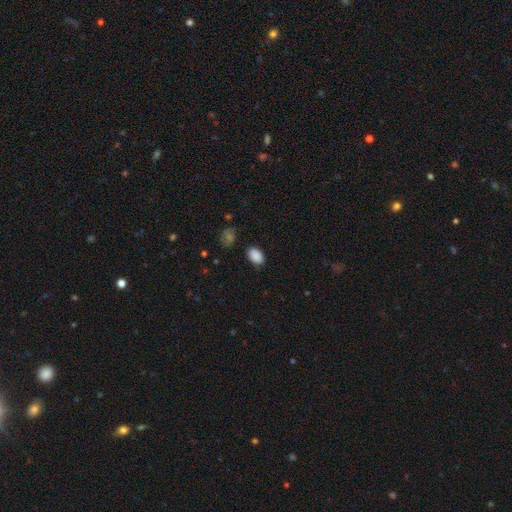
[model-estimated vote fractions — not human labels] Smooth or featured?
  - smooth: 88% *
  - star or artifact: 9%
  - featured or disk: 3%
How rounded?
  - in between: 90% *
  - round: 9%
  - cigar-shaped: 1%
Merging?
  - none: 85% *
  - minor disturbance: 11%
  - major disturbance: 3%
  - merger: 2%